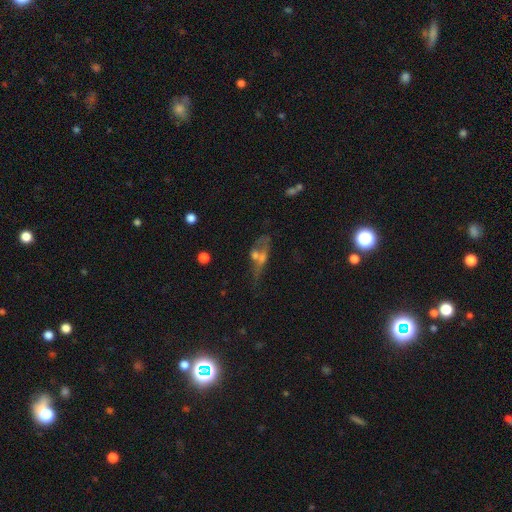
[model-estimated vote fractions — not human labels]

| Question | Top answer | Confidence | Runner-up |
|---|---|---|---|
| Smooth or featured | featured or disk | 45% | smooth (32%) |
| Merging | none | 34% | merger (30%) |